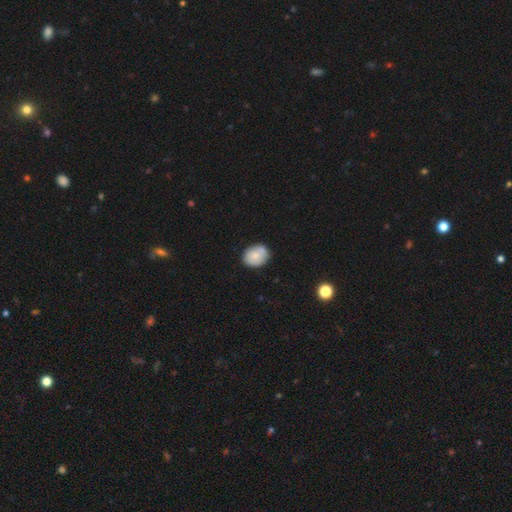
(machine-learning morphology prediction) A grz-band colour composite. It shows a smooth galaxy with no disk features (78%) that is in between round and cigar-shaped (55%). Merging: none (76%).